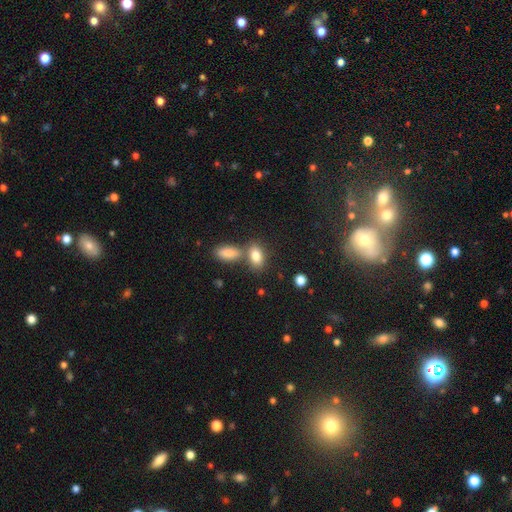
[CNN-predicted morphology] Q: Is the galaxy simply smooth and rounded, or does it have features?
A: smooth — 84%.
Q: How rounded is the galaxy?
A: in between — 87%.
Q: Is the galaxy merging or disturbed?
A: none — 53%.